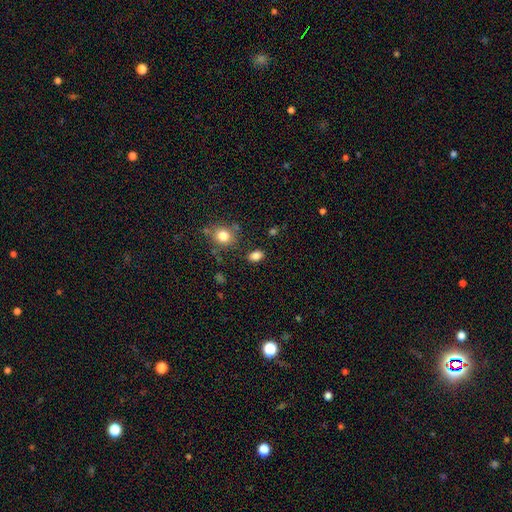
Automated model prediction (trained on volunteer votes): Overall: smooth (84%). How rounded: in between (83%). Merging: none (82%).